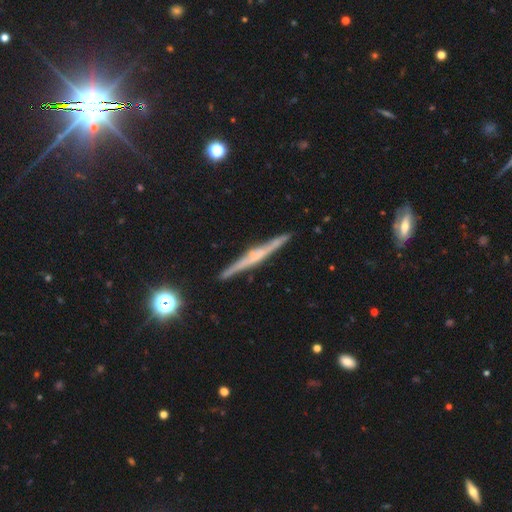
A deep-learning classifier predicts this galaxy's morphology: type=featured or disk (75%); edge-on=yes (98%); edge-on bulge=rounded (43%); merging=none (90%).